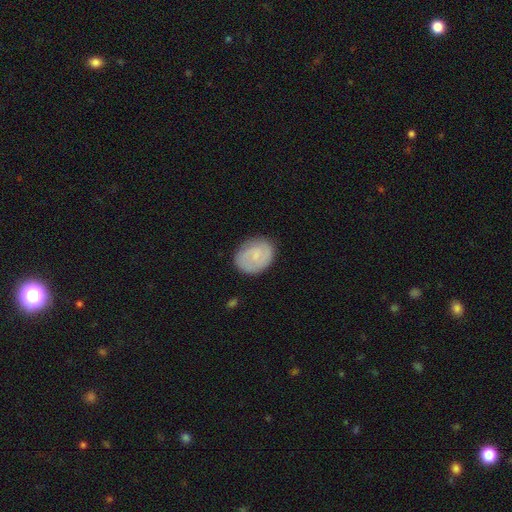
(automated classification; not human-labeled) Q: Smooth or featured?
A: smooth (54%); runner-up: featured or disk (39%)
Q: How rounded?
A: in between (56%); runner-up: round (43%)
Q: Merging?
A: none (81%); runner-up: minor disturbance (14%)